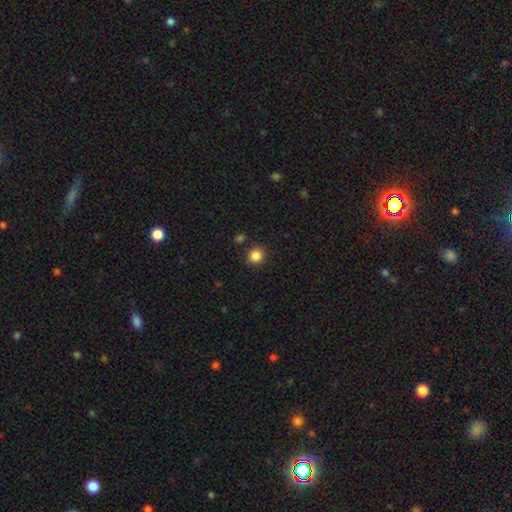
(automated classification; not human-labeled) smooth_or_featured: smooth (p=0.86) [alt: star or artifact p=0.11]
how_rounded: round (p=0.86) [alt: in between p=0.13]
merging: none (p=0.88) [alt: minor disturbance p=0.07]